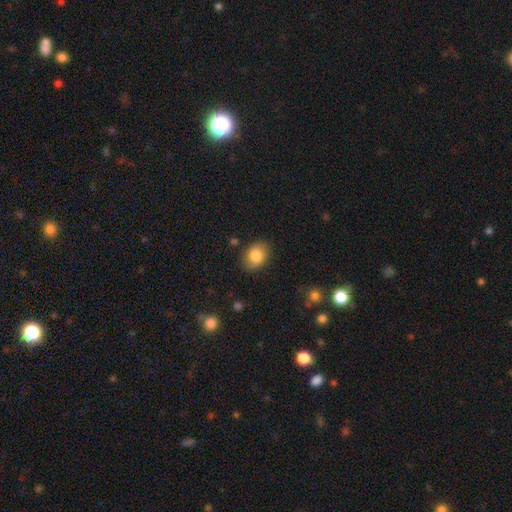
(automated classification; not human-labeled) A smooth galaxy with no disk features (81%) that is in between round and cigar-shaped (67%). Merging: none (82%).